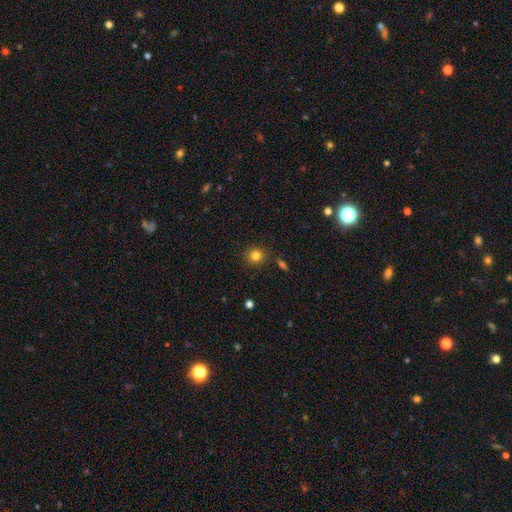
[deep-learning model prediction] Morphology: type=smooth (82%); roundness=round (87%); merging=none (88%).